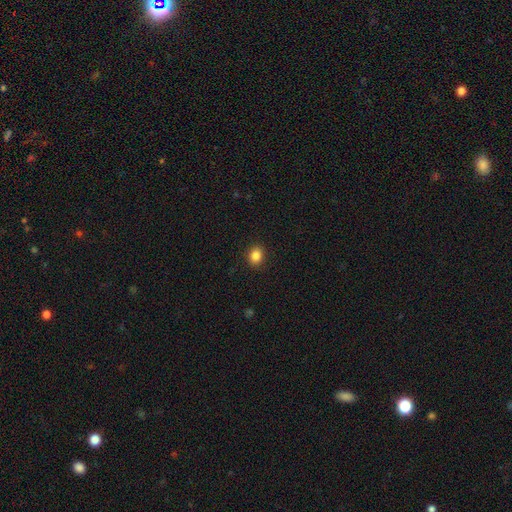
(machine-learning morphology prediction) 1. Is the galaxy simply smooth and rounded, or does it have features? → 86% smooth, 10% star or artifact, 4% featured or disk.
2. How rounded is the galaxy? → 59% round, 40% in between, 1% cigar-shaped.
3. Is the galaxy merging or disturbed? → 90% none, 7% minor disturbance, 2% major disturbance, 1% merger.